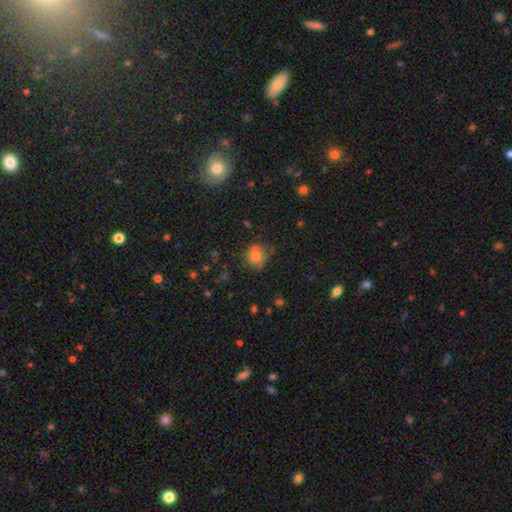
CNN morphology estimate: A smooth galaxy with no disk features (75%) that is round (80%).

Vote fractions:
- Smooth or featured? smooth: 75% / star or artifact: 14% / featured or disk: 11%
- How rounded? round: 80% / in between: 19% / cigar-shaped: 1%
- Merging? none: 64% / minor disturbance: 18% / merger: 11% / major disturbance: 7%